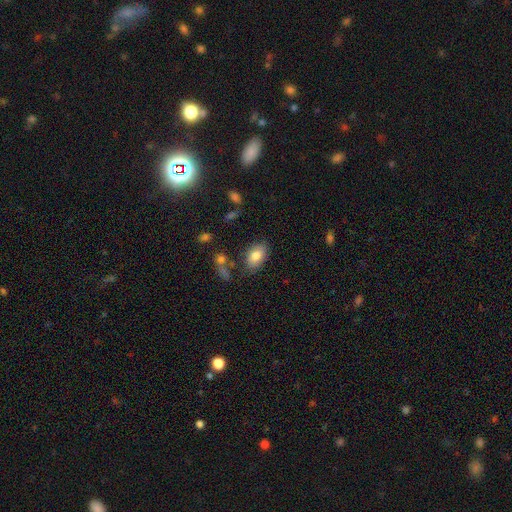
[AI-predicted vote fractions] smooth 81%, featured or disk 12%, star or artifact 7%. Down the decision tree: how rounded — in between (91%); merging — none (77%).